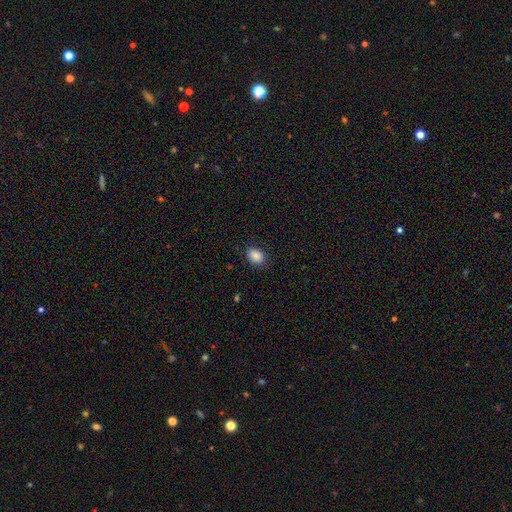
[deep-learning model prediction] smooth 87%, star or artifact 8%, featured or disk 4%. Down the decision tree: how rounded — in between (70%); merging — none (85%).